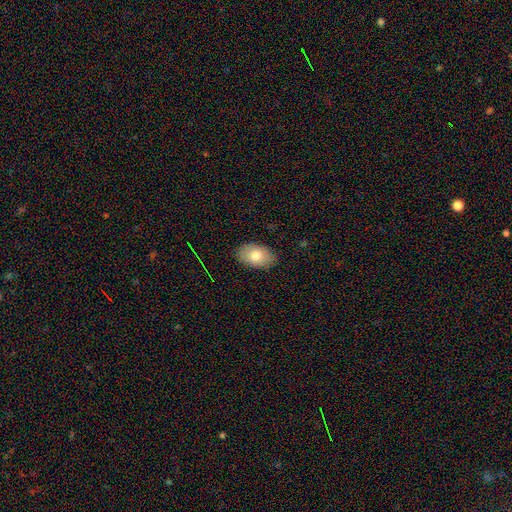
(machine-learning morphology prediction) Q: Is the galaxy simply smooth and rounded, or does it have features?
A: smooth — 78%.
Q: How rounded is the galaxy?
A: in between — 91%.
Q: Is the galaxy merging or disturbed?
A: none — 87%.